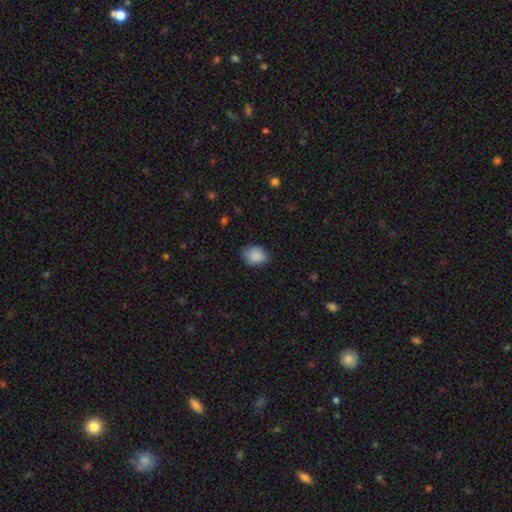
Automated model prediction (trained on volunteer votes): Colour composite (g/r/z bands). It shows a smooth galaxy with no disk features (88%) that is in between round and cigar-shaped (63%). Merging: none (71%).